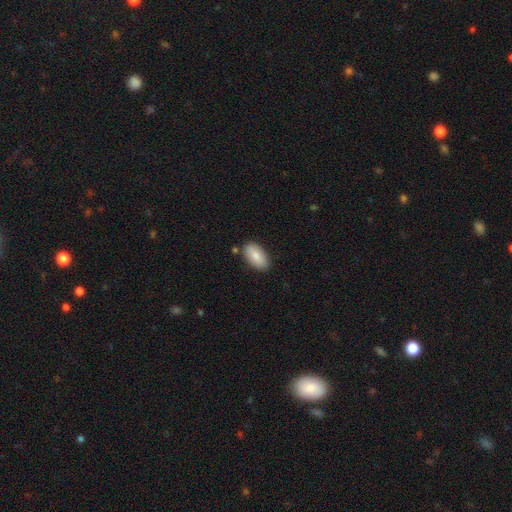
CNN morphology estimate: The model was most divided on "merging": none: 83%, minor disturbance: 12%, merger: 3%, major disturbance: 2%. More confident: how rounded — in between (94%); smooth or featured — smooth (84%).